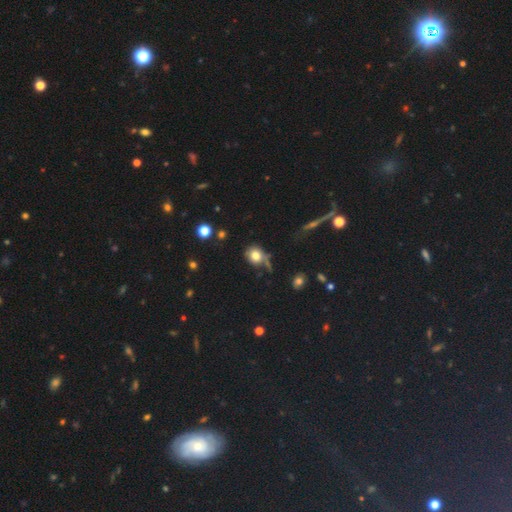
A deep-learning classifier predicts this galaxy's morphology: This is likely a smooth galaxy (77%). How rounded: likely round (74%). Merging: possibly none (57%).